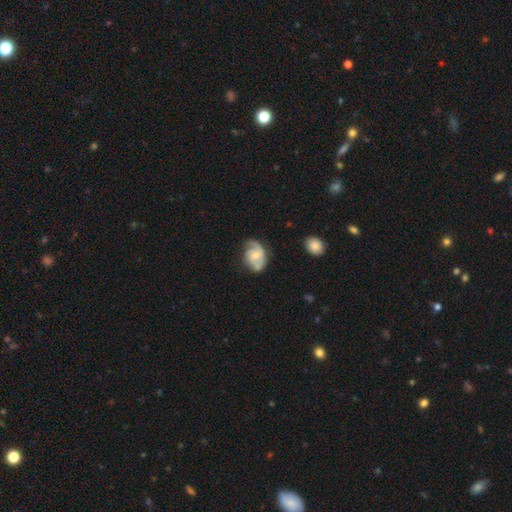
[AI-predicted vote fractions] A featured or disk galaxy (67%) with no bar (66%), 2 (57%) medium (42%) spiral arms (89%) and a moderate central bulge (49%). Merging: none (55%).